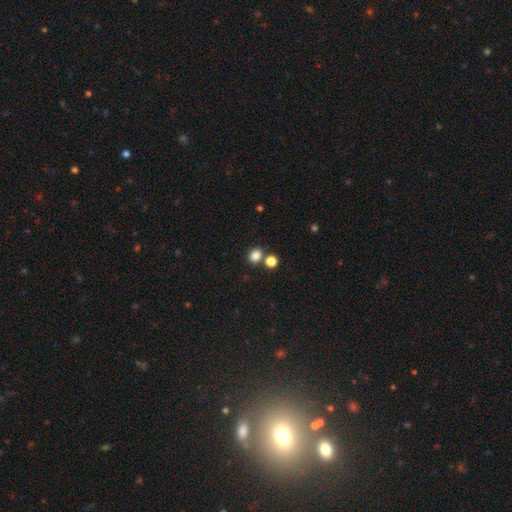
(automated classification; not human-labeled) Q: Smooth or featured?
A: smooth (83%); runner-up: star or artifact (13%)
Q: How rounded?
A: round (63%); runner-up: in between (36%)
Q: Merging?
A: none (69%); runner-up: merger (19%)